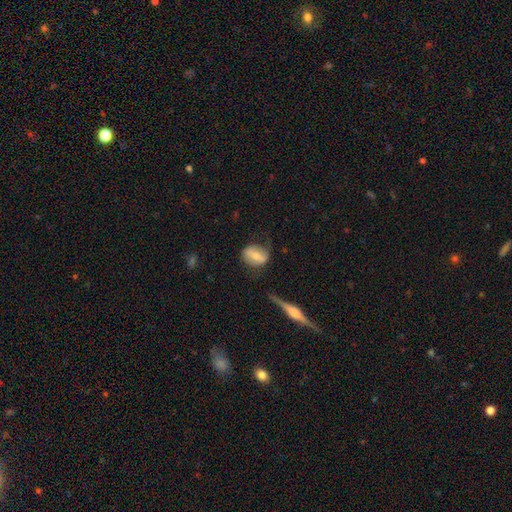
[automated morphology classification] smooth 50%, featured or disk 42%, star or artifact 8%. Down the decision tree: merging — none (59%).